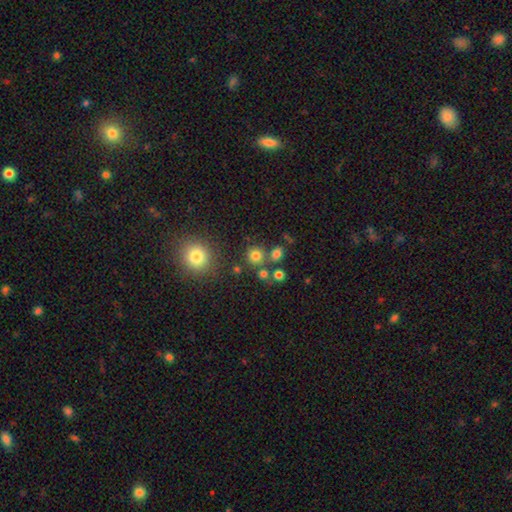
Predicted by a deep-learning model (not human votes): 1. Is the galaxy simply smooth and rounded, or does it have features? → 76% smooth, 16% star or artifact, 7% featured or disk.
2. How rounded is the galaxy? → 89% round, 10% in between, 1% cigar-shaped.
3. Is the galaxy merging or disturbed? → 75% none, 13% merger, 8% minor disturbance, 4% major disturbance.